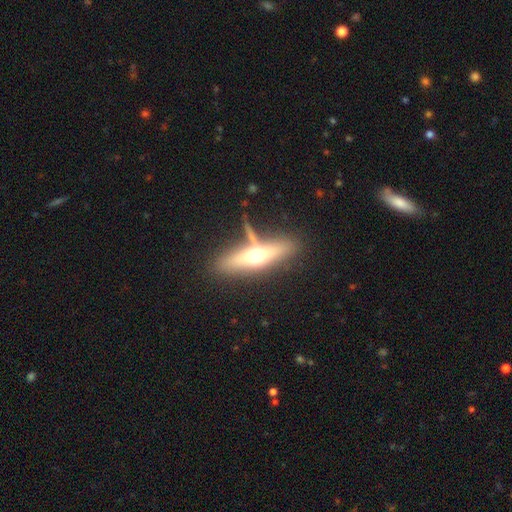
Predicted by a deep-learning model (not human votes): Smooth or featured? Predicted: featured or disk (p=0.53). Edge-on disk? Predicted: yes (p=0.88). Merging? Predicted: none (p=0.67).